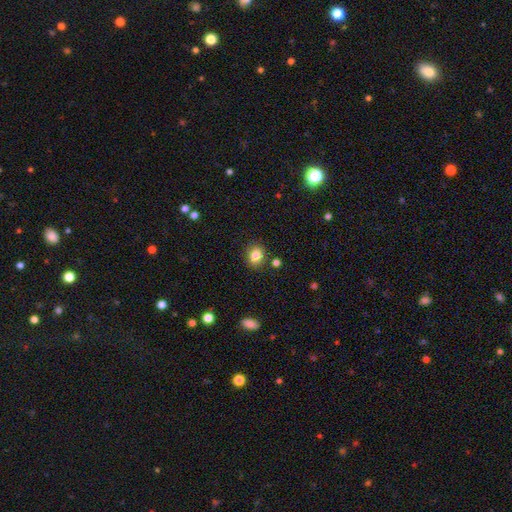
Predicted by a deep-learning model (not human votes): Smooth or featured: smooth — 83% (star or artifact — 11%)
How rounded: round — 60% (in between — 39%)
Merging: none — 84% (minor disturbance — 10%)